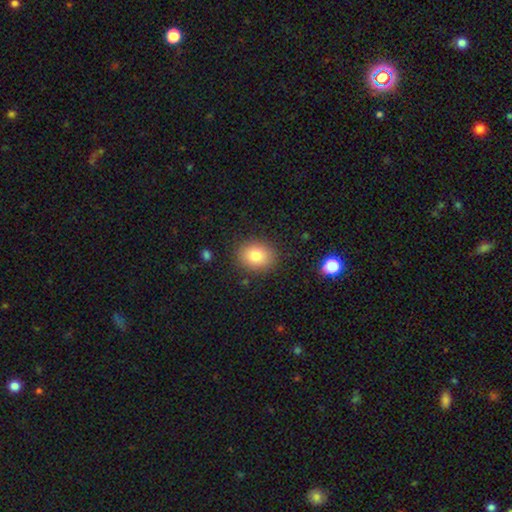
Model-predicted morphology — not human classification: Smooth or featured: smooth — 81% (star or artifact — 10%)
How rounded: round — 55% (in between — 44%)
Merging: none — 87% (minor disturbance — 9%)